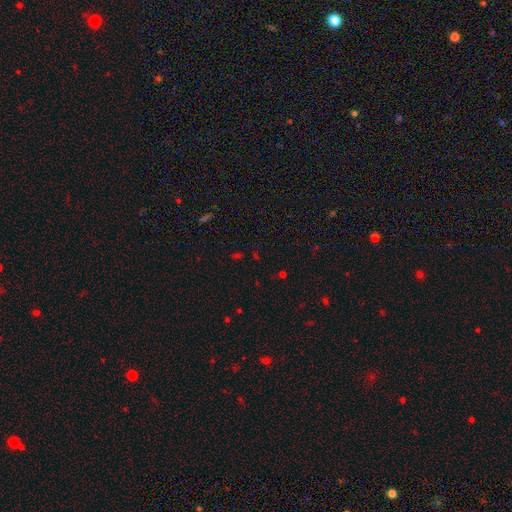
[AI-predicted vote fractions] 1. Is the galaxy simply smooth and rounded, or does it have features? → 60% star or artifact, 32% smooth, 9% featured or disk.